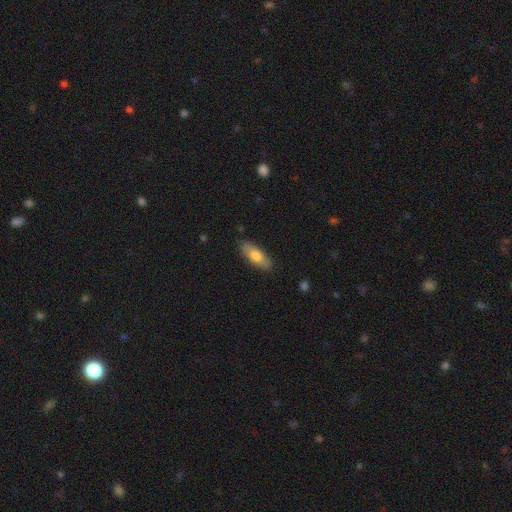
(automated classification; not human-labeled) This is likely a smooth galaxy (74%). How rounded: likely in between (76%). Merging: clearly none (84%).